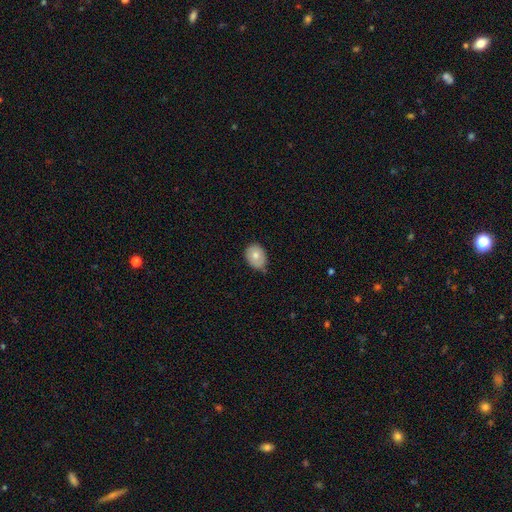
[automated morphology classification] Q: Smooth or featured?
A: smooth (76%); runner-up: featured or disk (16%)
Q: How rounded?
A: in between (64%); runner-up: round (35%)
Q: Merging?
A: none (66%); runner-up: minor disturbance (28%)